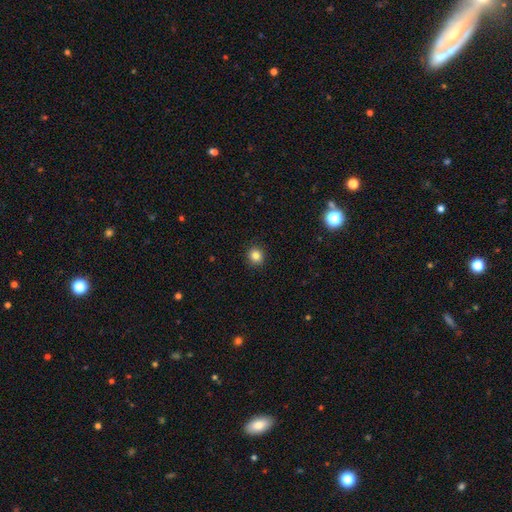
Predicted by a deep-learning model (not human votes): Smooth or featured? Predicted: smooth (p=0.83). How rounded? Predicted: round (p=0.87). Merging? Predicted: none (p=0.91).